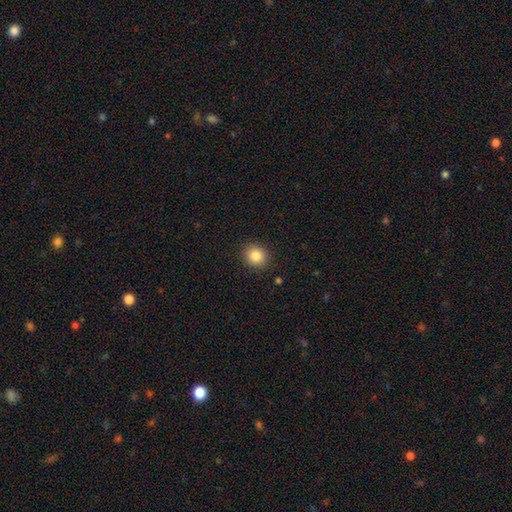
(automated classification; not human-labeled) This appears to be a smooth galaxy with no disk features (85%) that is round (78%). Merging: none (89%).